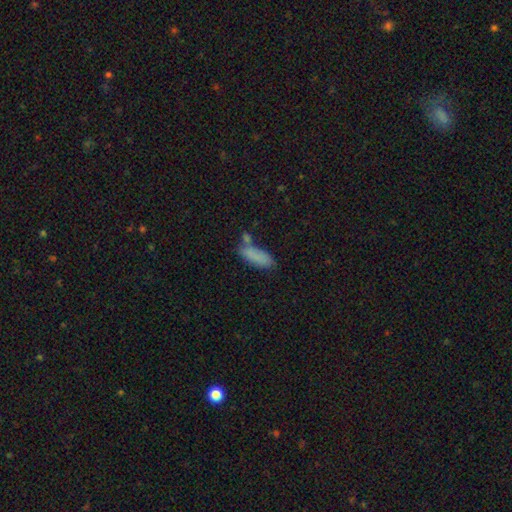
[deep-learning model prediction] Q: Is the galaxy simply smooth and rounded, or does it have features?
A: smooth — 82%.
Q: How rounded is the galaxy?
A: in between — 64%.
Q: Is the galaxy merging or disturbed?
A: none — 53%.